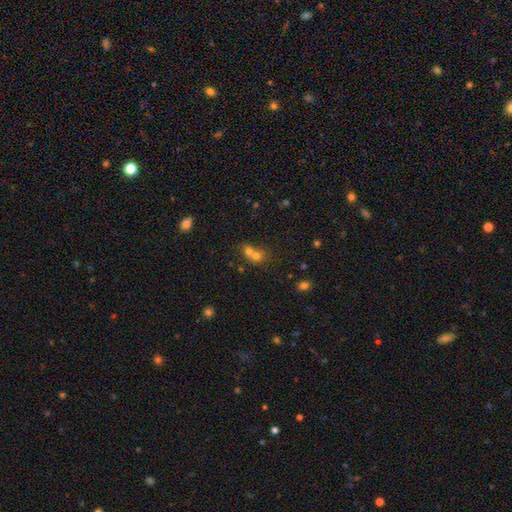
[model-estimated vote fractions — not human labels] Smooth or featured? Predicted: smooth (p=0.66). How rounded? Predicted: round (p=0.75). Merging? Predicted: merger (p=0.66).